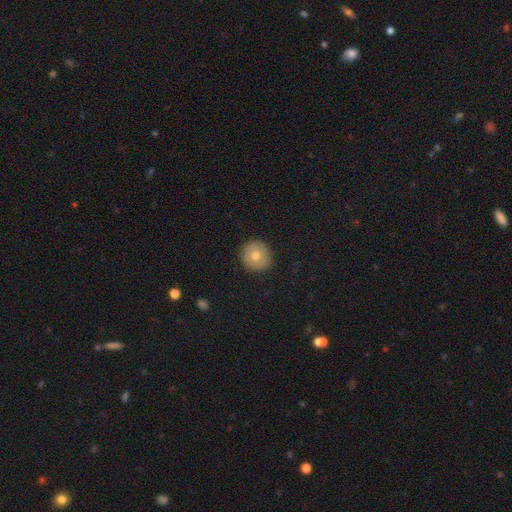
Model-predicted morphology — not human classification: Smooth or featured?
  - smooth: 72% *
  - featured or disk: 18%
  - star or artifact: 9%
How rounded?
  - round: 94% *
  - in between: 5%
  - cigar-shaped: 1%
Merging?
  - none: 90% *
  - minor disturbance: 7%
  - major disturbance: 2%
  - merger: 1%